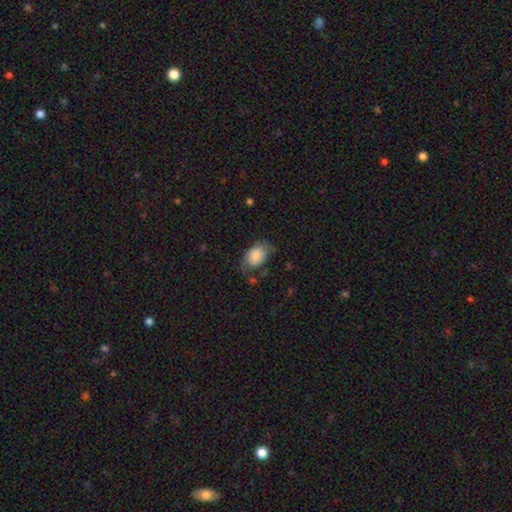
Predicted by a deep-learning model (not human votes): A smooth galaxy with no disk features (78%) that is in between round and cigar-shaped (84%). Merging: none (50%).